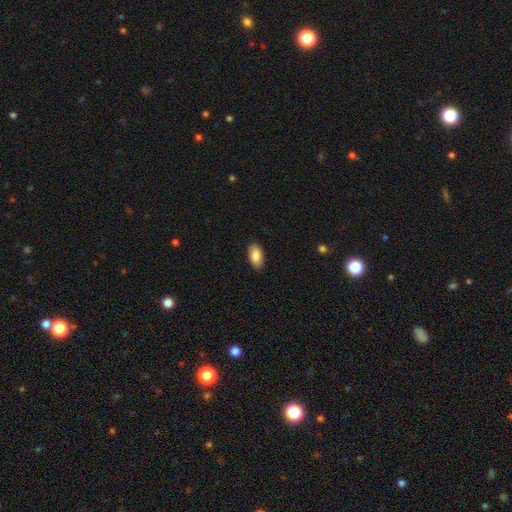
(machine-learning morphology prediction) smooth-or-featured: smooth: 87% | featured or disk: 7% | star or artifact: 6%
  how-rounded: in between: 93% | cigar-shaped: 4% | round: 3%
  merging: none: 88% | minor disturbance: 10% | major disturbance: 2% | merger: 1%